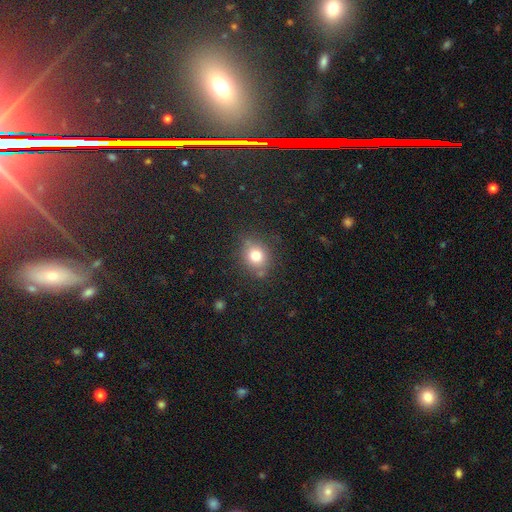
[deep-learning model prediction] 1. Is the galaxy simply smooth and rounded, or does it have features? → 77% smooth, 13% star or artifact, 10% featured or disk.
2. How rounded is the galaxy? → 72% round, 27% in between, 1% cigar-shaped.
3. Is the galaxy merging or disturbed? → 75% none, 16% minor disturbance, 5% major disturbance, 4% merger.